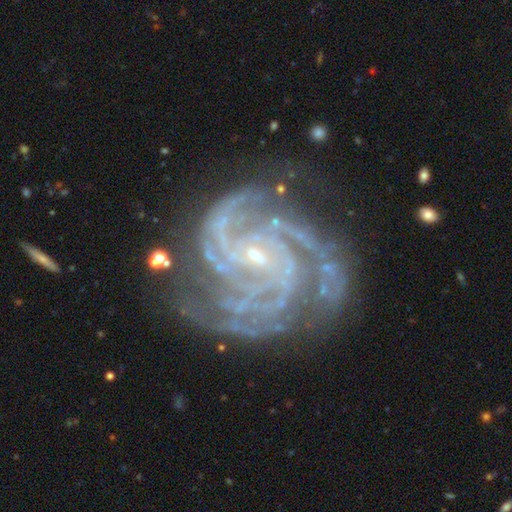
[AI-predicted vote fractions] smooth_or_featured: featured or disk (p=0.92) [alt: star or artifact p=0.05]
disk_edge_on: no (p=0.98) [alt: yes p=0.02]
bar: no (p=0.57) [alt: weak p=0.30]
has_spiral_arms: yes (p=0.99) [alt: no p=0.01]
spiral_winding: tight (p=0.70) [alt: medium p=0.27]
spiral_arm_count: 4 (p=0.33) [alt: 3 p=0.24]
bulge_size: small (p=0.85) [alt: moderate p=0.10]
merging: none (p=0.71) [alt: minor disturbance p=0.19]